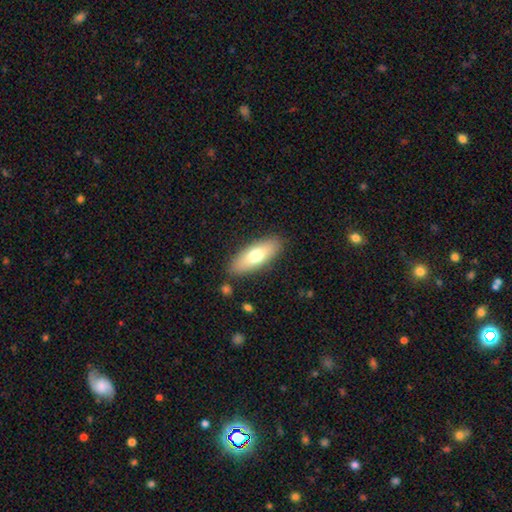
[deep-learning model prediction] smooth_or_featured: smooth (p=0.70) [alt: featured or disk p=0.24]
how_rounded: in between (p=0.70) [alt: cigar-shaped p=0.28]
merging: none (p=0.85) [alt: minor disturbance p=0.10]